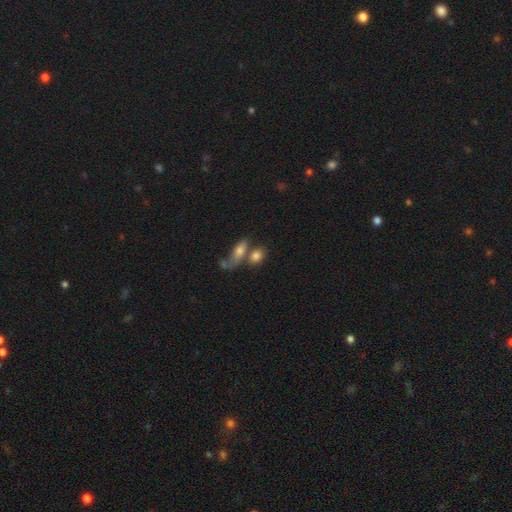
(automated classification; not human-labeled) Morphology: type=smooth (79%); roundness=in between (72%); merging=none (41%, tied with merger).